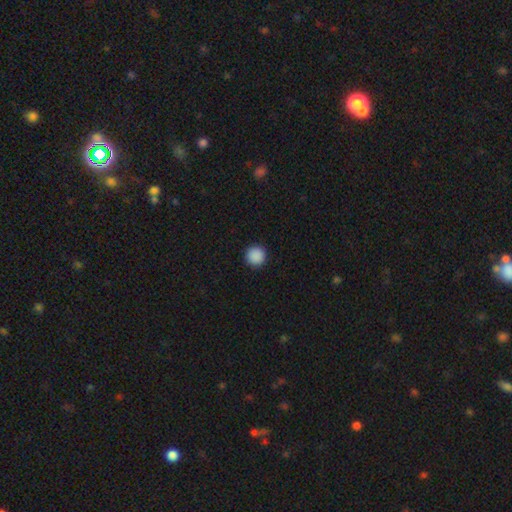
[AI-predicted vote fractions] Morphology: type=smooth (89%); roundness=round (96%); merging=none (93%).